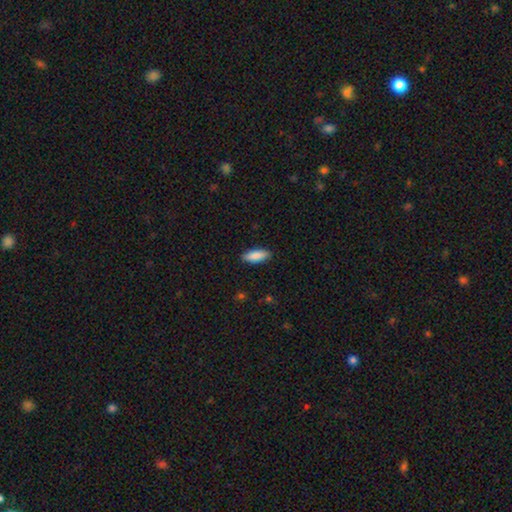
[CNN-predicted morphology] smooth 88%, featured or disk 7%, star or artifact 6%. Down the decision tree: how rounded — in between (73%); merging — none (89%).